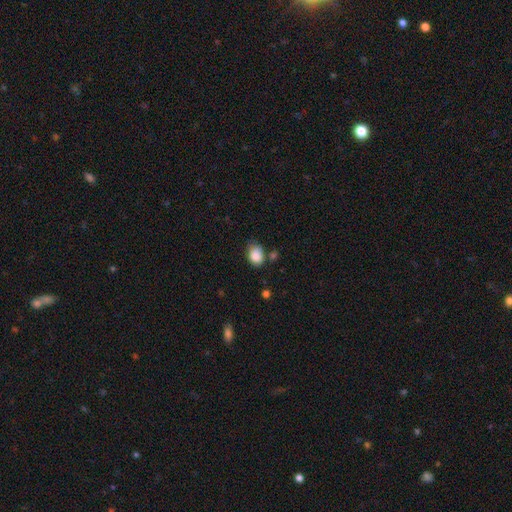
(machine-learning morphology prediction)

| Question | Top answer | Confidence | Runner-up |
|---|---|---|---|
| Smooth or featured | smooth | 87% | star or artifact (8%) |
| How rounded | in between | 72% | round (27%) |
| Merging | none | 58% | minor disturbance (28%) |